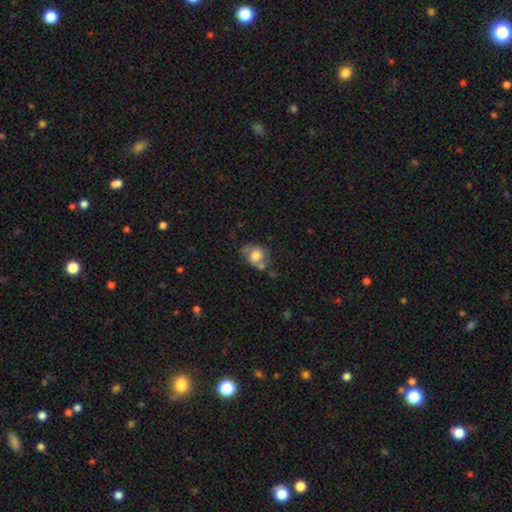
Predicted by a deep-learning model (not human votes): Smooth or featured? Predicted: smooth (p=0.52). How rounded? Predicted: round (p=0.51). Merging? Predicted: none (p=0.48).